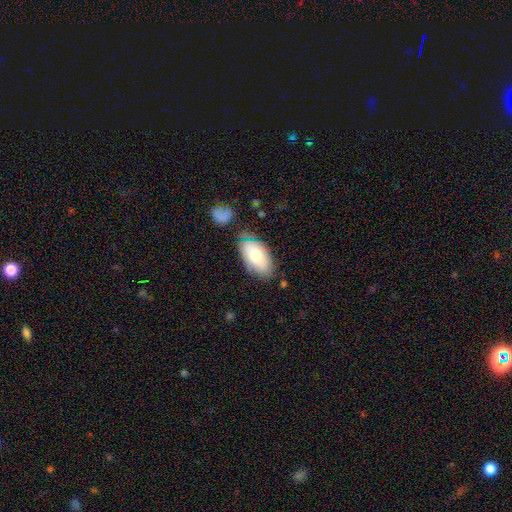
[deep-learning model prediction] Smooth or featured?
  - smooth: 69% *
  - featured or disk: 24%
  - star or artifact: 7%
How rounded?
  - in between: 93% *
  - round: 5%
  - cigar-shaped: 2%
Merging?
  - none: 70% *
  - minor disturbance: 19%
  - merger: 6%
  - major disturbance: 5%